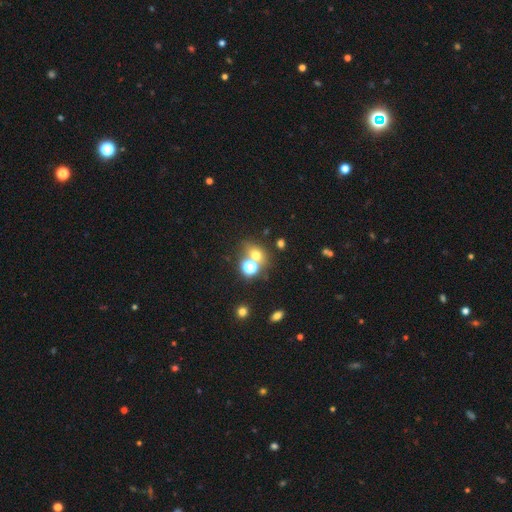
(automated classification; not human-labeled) The model was most divided on "how rounded": round: 60%, in between: 39%, cigar-shaped: 1%. More confident: smooth or featured — smooth (62%); merging — none (55%).